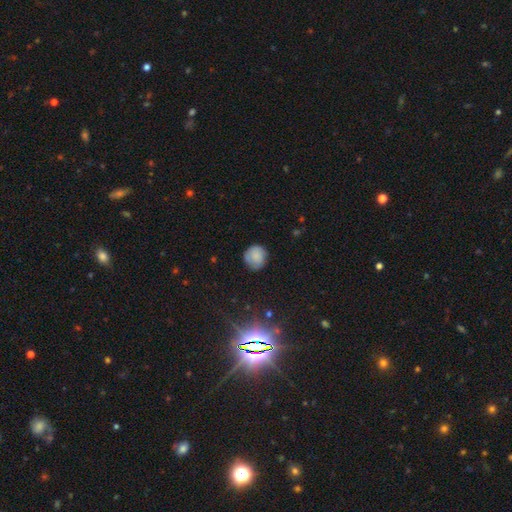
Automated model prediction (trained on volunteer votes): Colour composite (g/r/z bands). It shows a smooth galaxy with no disk features (81%) that is round (88%). Merging: none (78%).